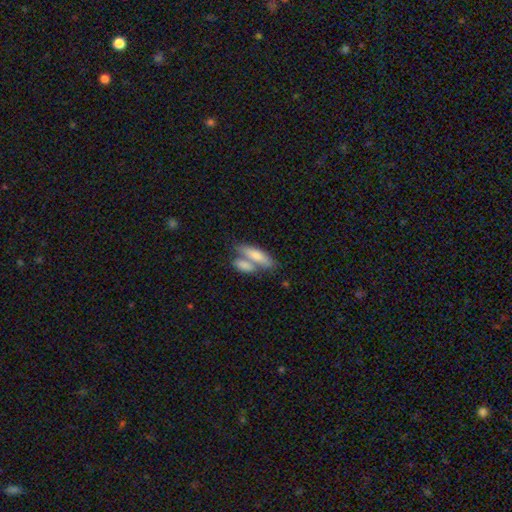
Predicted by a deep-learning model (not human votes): A smooth galaxy with no disk features (75%) that is in between round and cigar-shaped (60%).

Vote fractions:
- Smooth or featured? smooth: 75% / featured or disk: 20% / star or artifact: 5%
- How rounded? in between: 60% / cigar-shaped: 37% / round: 3%
- Merging? merger: 53% / none: 33% / minor disturbance: 9% / major disturbance: 4%